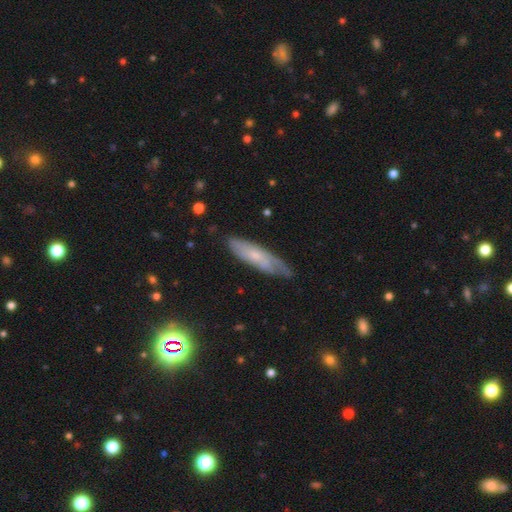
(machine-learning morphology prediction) This appears to be a featured or disk galaxy (52%). Merging: none (64%).